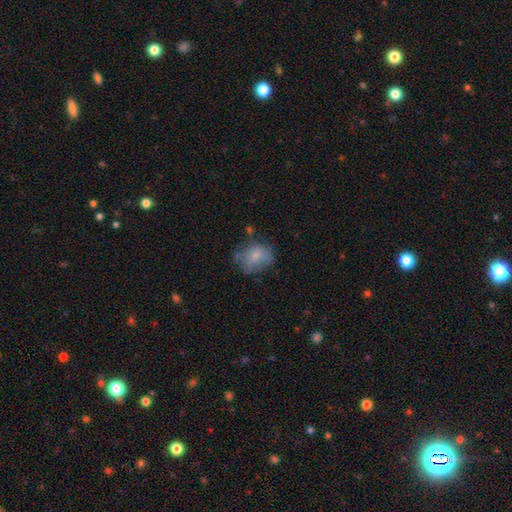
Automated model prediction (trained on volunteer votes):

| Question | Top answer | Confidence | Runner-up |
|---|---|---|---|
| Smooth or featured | smooth | 72% | featured or disk (19%) |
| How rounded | round | 53% | in between (46%) |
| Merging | none | 50% | minor disturbance (30%) |